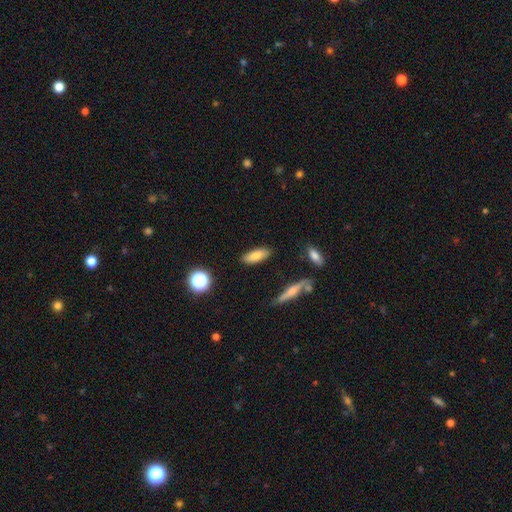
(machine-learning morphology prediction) Smooth or featured? Predicted: smooth (p=0.82). How rounded? Predicted: in between (p=0.68). Merging? Predicted: none (p=0.86).